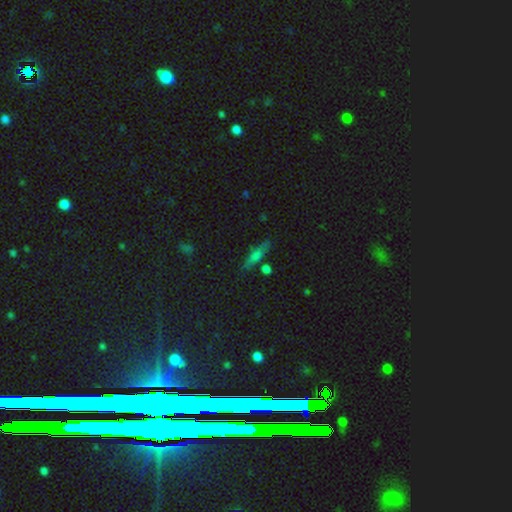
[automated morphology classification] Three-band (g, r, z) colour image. It shows a smooth galaxy with no disk features (52%) that is cigar-shaped (74%). Merging: none (81%).